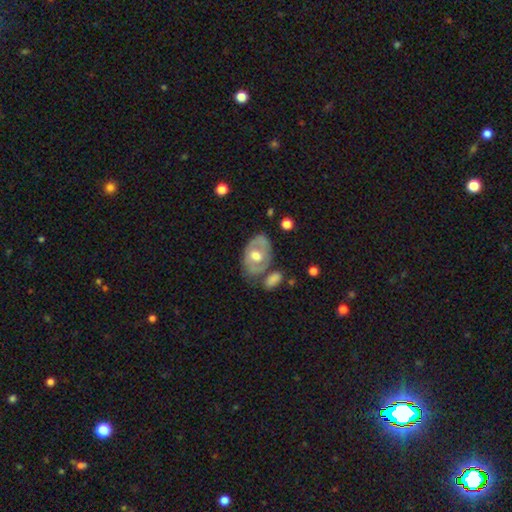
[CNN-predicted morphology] Q: Smooth or featured?
A: featured or disk (59%); runner-up: smooth (36%)
Q: Edge-on disk?
A: no (93%); runner-up: yes (7%)
Q: Bar?
A: no (77%); runner-up: weak (18%)
Q: Spiral arms?
A: no (67%); runner-up: yes (33%)
Q: Bulge size?
A: moderate (70%); runner-up: large (20%)
Q: Merging?
A: none (58%); runner-up: minor disturbance (22%)